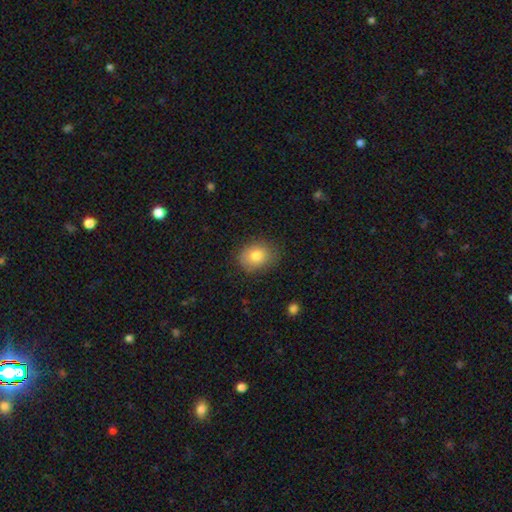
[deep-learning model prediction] smooth_or_featured: smooth (p=0.81) [alt: featured or disk p=0.10]
how_rounded: round (p=0.56) [alt: in between p=0.43]
merging: none (p=0.79) [alt: minor disturbance p=0.16]